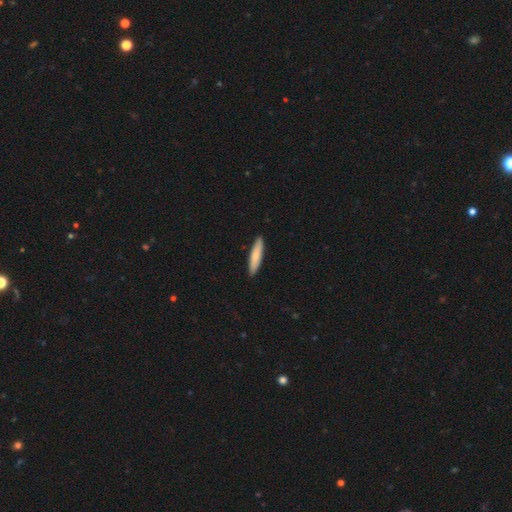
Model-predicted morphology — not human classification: type=smooth (77%); roundness=cigar-shaped (83%); merging=none (91%).